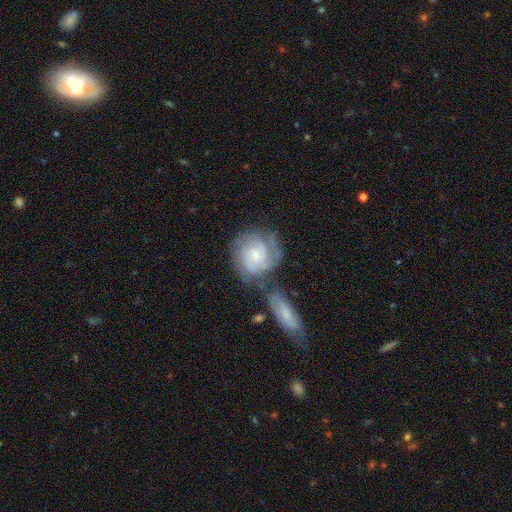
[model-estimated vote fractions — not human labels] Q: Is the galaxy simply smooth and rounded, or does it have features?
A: featured or disk — 78%.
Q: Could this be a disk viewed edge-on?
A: no — 97%.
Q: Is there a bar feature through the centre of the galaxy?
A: no — 74%.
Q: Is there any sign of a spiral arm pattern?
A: yes — 95%.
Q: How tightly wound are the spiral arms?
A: tight — 65%.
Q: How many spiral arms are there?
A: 3 — 32%.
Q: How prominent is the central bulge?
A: small — 69%.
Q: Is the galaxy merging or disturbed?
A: none — 53%.